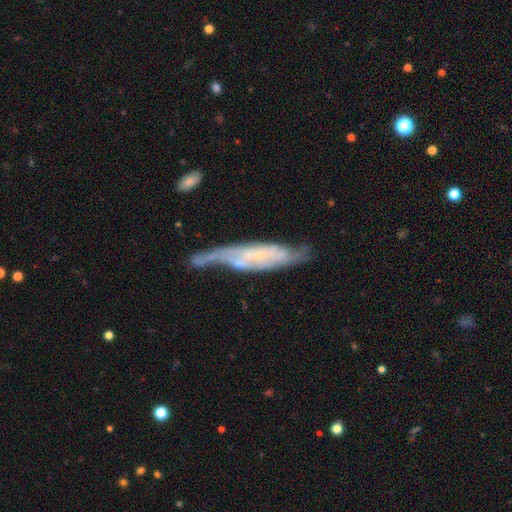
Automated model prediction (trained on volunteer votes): smooth_or_featured: featured or disk (p=0.71) [alt: smooth p=0.22]
disk_edge_on: no (p=0.62) [alt: yes p=0.38]
merging: none (p=0.47) [alt: minor disturbance p=0.29]